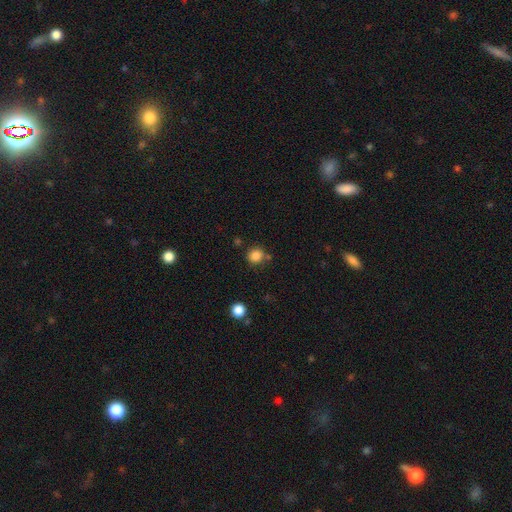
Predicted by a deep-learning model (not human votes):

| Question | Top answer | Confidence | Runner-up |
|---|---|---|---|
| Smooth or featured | smooth | 85% | star or artifact (11%) |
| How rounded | round | 87% | in between (12%) |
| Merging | none | 79% | minor disturbance (11%) |